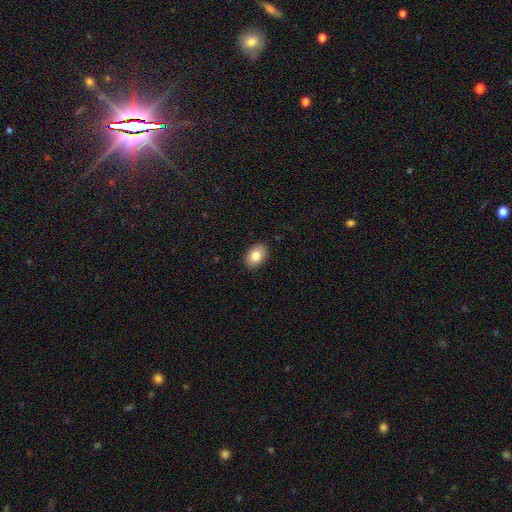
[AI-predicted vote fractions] Smooth or featured? smooth (82%)
How rounded? in between (81%)
Merging? none (90%)